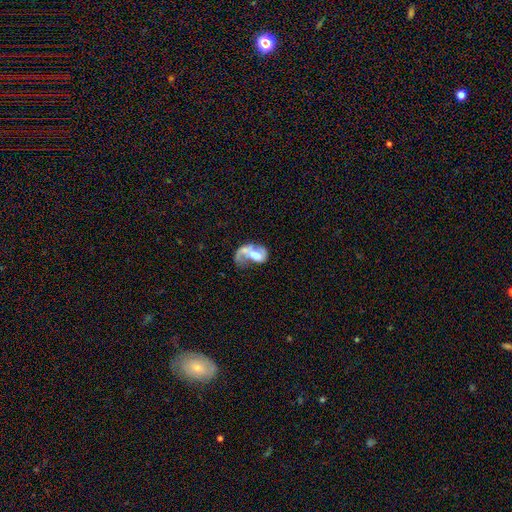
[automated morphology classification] smooth-or-featured: featured or disk: 57% | smooth: 35% | star or artifact: 8%
  disk-edge-on: no: 97% | yes: 3%
    bar: no: 69% | weak: 24% | strong: 7%
    has-spiral-arms: yes: 56% | no: 44%
    bulge-size: moderate: 49% | large: 26% | small: 13% | none: 9% | dominant: 3%
  merging: merger: 44% | major disturbance: 33% | none: 13% | minor disturbance: 10%